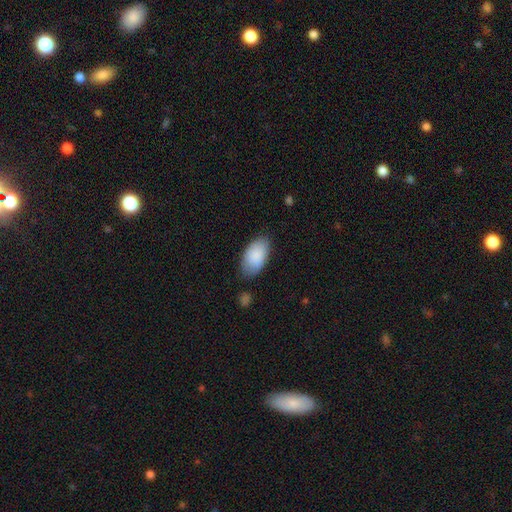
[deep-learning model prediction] smooth-or-featured: smooth: 89% | star or artifact: 6% | featured or disk: 6%
  how-rounded: in between: 95% | round: 3% | cigar-shaped: 2%
  merging: none: 77% | minor disturbance: 17% | major disturbance: 4% | merger: 2%